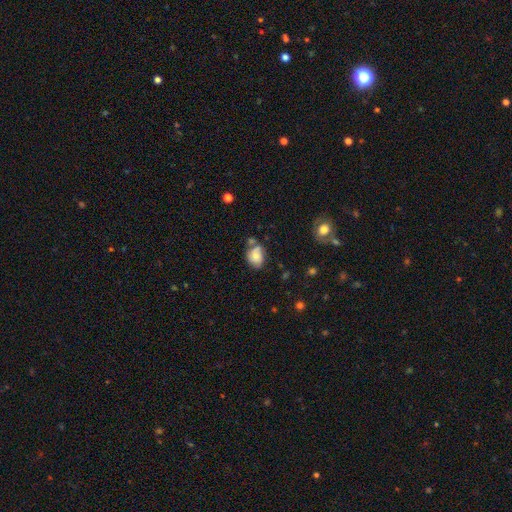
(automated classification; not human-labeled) Smooth or featured: smooth — 61% (featured or disk — 30%)
How rounded: in between — 60% (round — 38%)
Merging: none — 50% (minor disturbance — 26%)